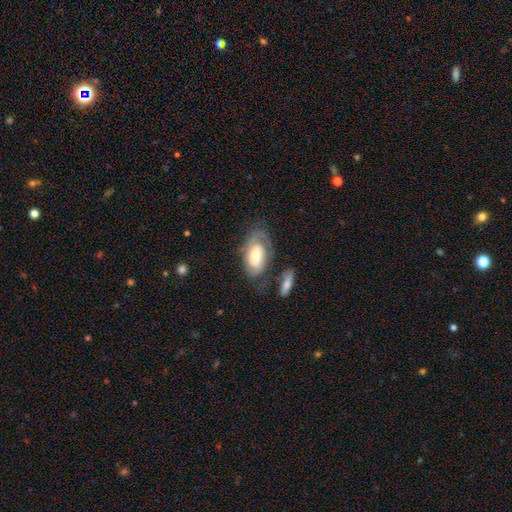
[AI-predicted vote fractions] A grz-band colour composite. It shows a featured or disk galaxy (54%). Merging: none (53%).